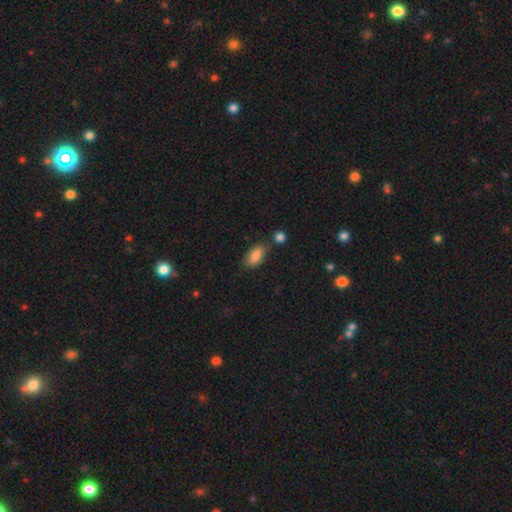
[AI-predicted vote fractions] Smooth or featured? Predicted: smooth (p=0.84). How rounded? Predicted: in between (p=0.90). Merging? Predicted: none (p=0.71).